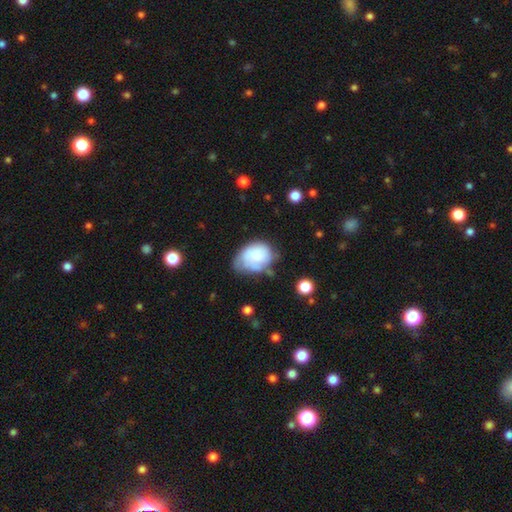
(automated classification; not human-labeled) smooth-or-featured: smooth: 56% | featured or disk: 36% | star or artifact: 8%
  how-rounded: in between: 64% | round: 35% | cigar-shaped: 1%
  merging: minor disturbance: 39% | none: 33% | major disturbance: 21% | merger: 7%